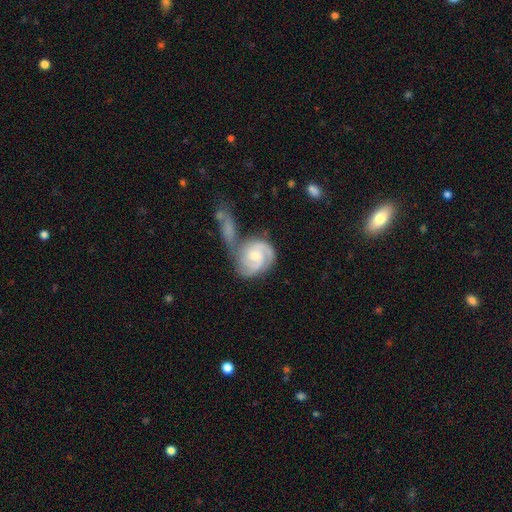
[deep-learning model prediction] Morphology: type=featured or disk (86%); edge-on=no (98%); bar=no (66%); spiral arms=yes (97%); winding=tight (61%); arm count=2 (63%); bulge=moderate (49%); merging=merger (42%).